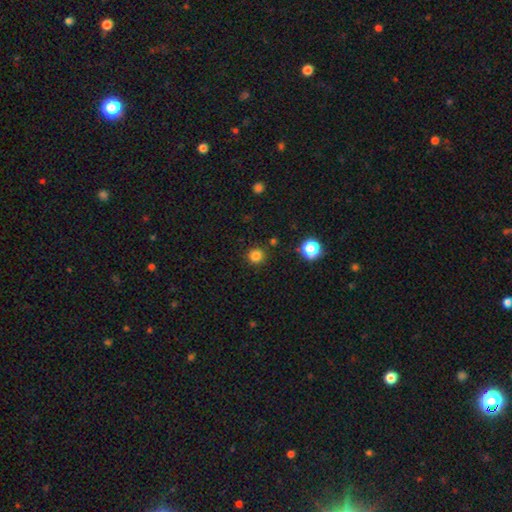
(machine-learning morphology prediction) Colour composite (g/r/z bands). It shows a smooth galaxy with no disk features (82%) that is round (93%). Merging: none (88%).